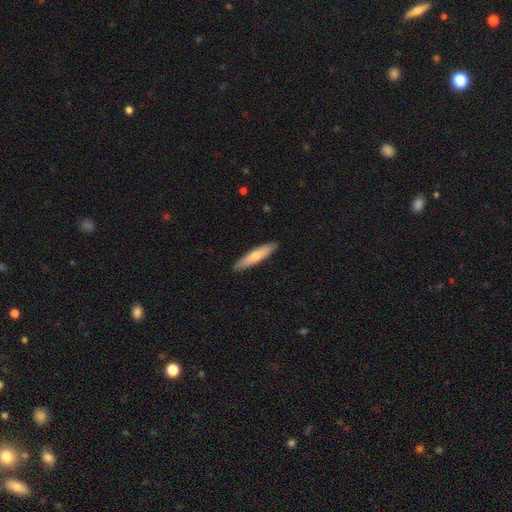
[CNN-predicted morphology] Smooth or featured? Predicted: smooth (p=0.67). How rounded? Predicted: cigar-shaped (p=0.84). Merging? Predicted: none (p=0.90).